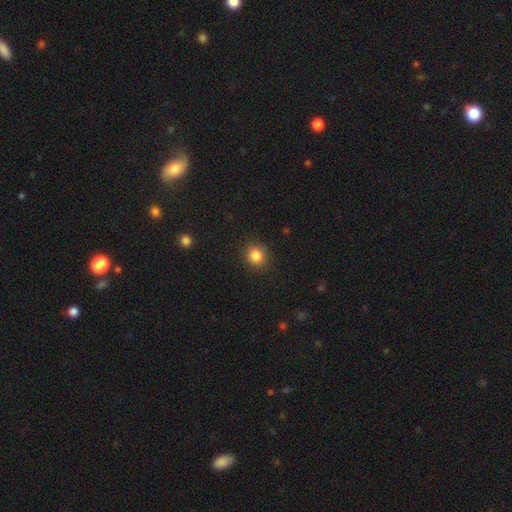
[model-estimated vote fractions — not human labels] Smooth or featured? smooth (85%)
How rounded? round (87%)
Merging? none (90%)